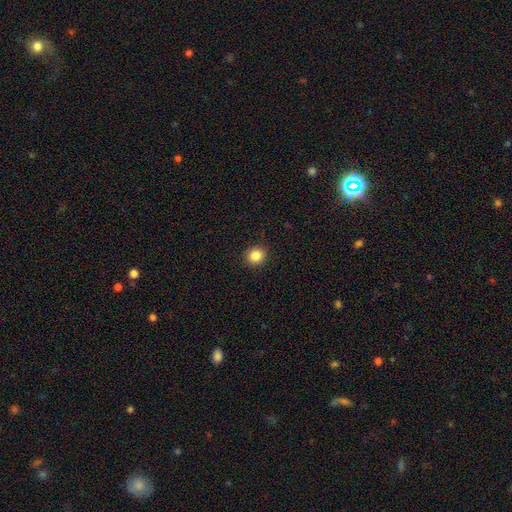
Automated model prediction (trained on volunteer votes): The model was most divided on "how rounded": round: 79%, in between: 20%, cigar-shaped: 1%. More confident: merging — none (90%); smooth or featured — smooth (86%).